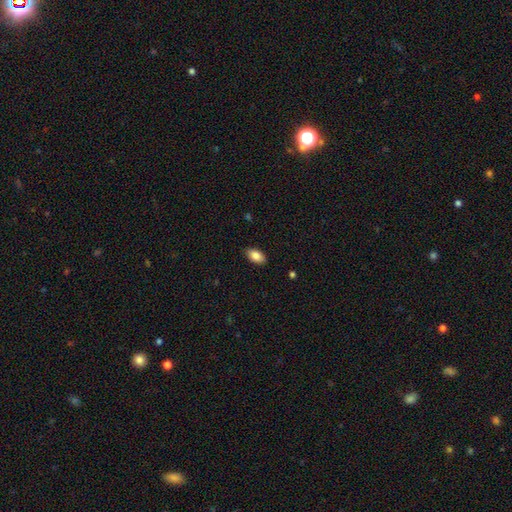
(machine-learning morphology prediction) A smooth galaxy with no disk features (86%) that is in between round and cigar-shaped (94%).

Vote fractions:
- Smooth or featured? smooth: 86% / featured or disk: 7% / star or artifact: 7%
- How rounded? in between: 94% / round: 4% / cigar-shaped: 3%
- Merging? none: 88% / minor disturbance: 9% / major disturbance: 2% / merger: 1%